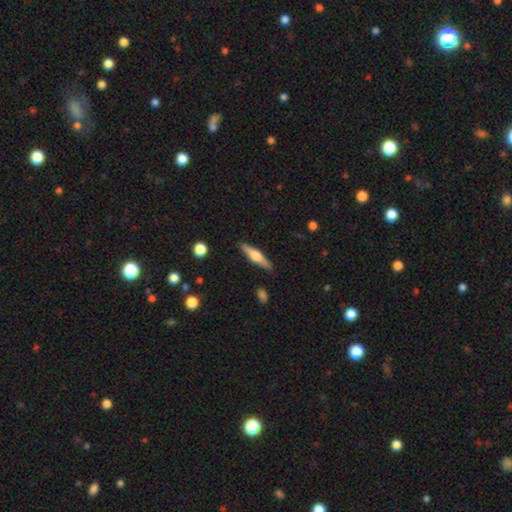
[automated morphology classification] Smooth or featured? Predicted: featured or disk (p=0.57). Edge-on disk? Predicted: yes (p=0.96). Edge-on bulge? Predicted: rounded (p=0.88). Merging? Predicted: none (p=0.88).